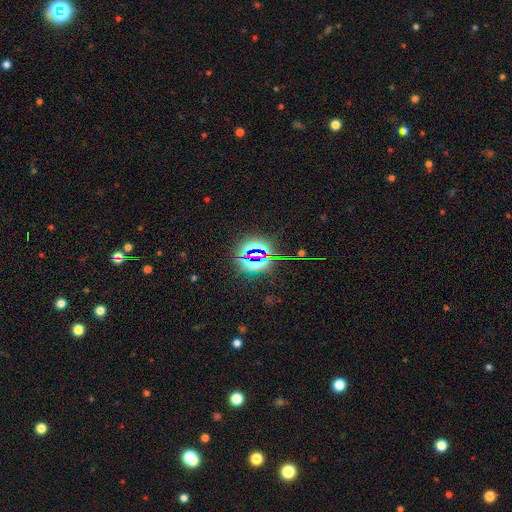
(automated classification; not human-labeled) smooth-or-featured: star or artifact: 78% | smooth: 13% | featured or disk: 9%